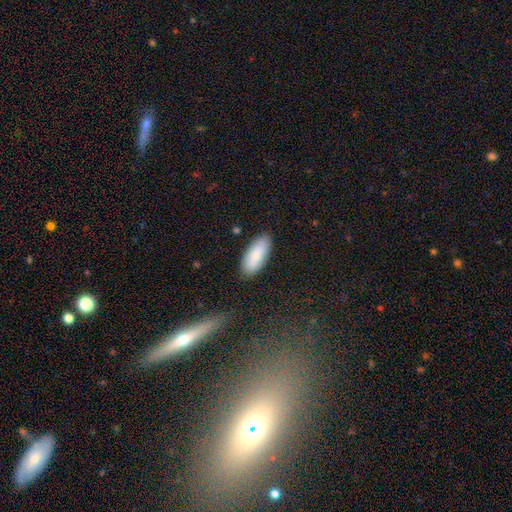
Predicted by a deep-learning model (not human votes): Smooth or featured? Predicted: smooth (p=0.83). How rounded? Predicted: in between (p=0.83). Merging? Predicted: none (p=0.86).